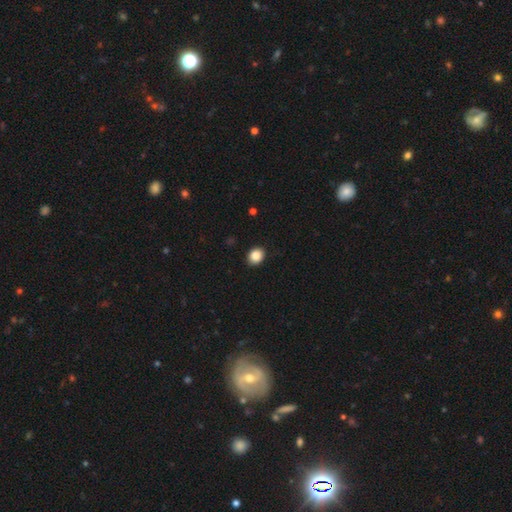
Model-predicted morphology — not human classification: Smooth or featured? smooth (88%)
How rounded? round (55%)
Merging? none (90%)